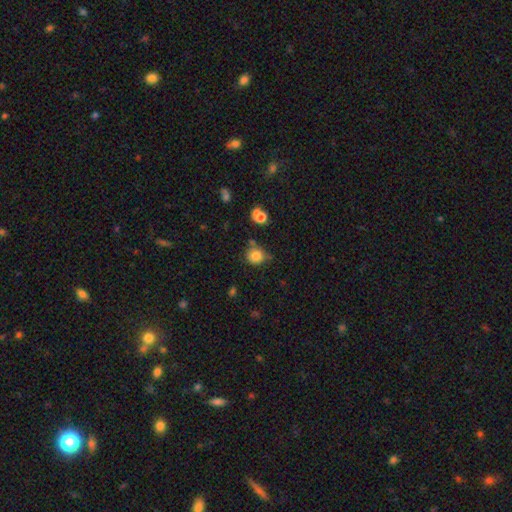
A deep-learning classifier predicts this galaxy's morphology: Smooth or featured: smooth — 81% (star or artifact — 12%)
How rounded: round — 83% (in between — 16%)
Merging: none — 67% (minor disturbance — 20%)